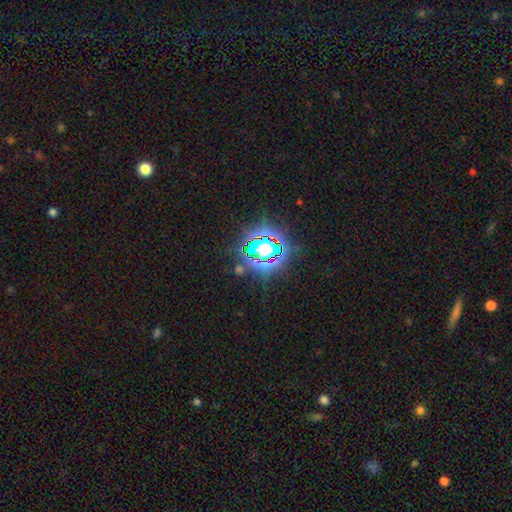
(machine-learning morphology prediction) smooth-or-featured: star or artifact: 79% | smooth: 13% | featured or disk: 9%